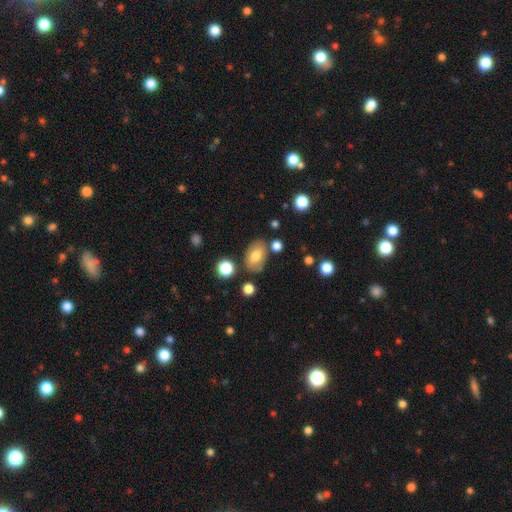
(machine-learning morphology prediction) smooth-or-featured: smooth: 73% | featured or disk: 18% | star or artifact: 9%
  how-rounded: in between: 88% | round: 11% | cigar-shaped: 2%
  merging: none: 74% | minor disturbance: 15% | merger: 7% | major disturbance: 4%